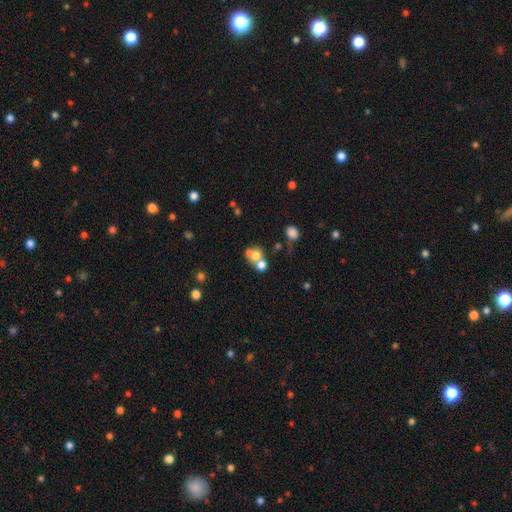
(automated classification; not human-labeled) Smooth or featured?
  - smooth: 62% *
  - featured or disk: 23%
  - star or artifact: 15%
How rounded?
  - round: 73% *
  - in between: 26%
  - cigar-shaped: 1%
Merging?
  - merger: 55% *
  - none: 32%
  - minor disturbance: 7%
  - major disturbance: 6%